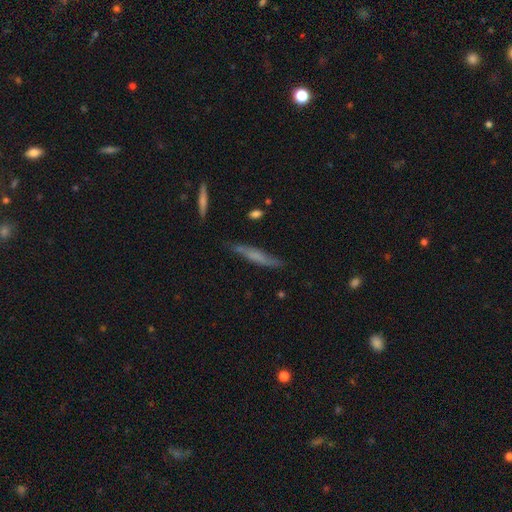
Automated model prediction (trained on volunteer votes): smooth_or_featured: smooth (p=0.51) [alt: featured or disk p=0.42]
how_rounded: cigar-shaped (p=0.90) [alt: in between p=0.09]
merging: none (p=0.71) [alt: minor disturbance p=0.21]